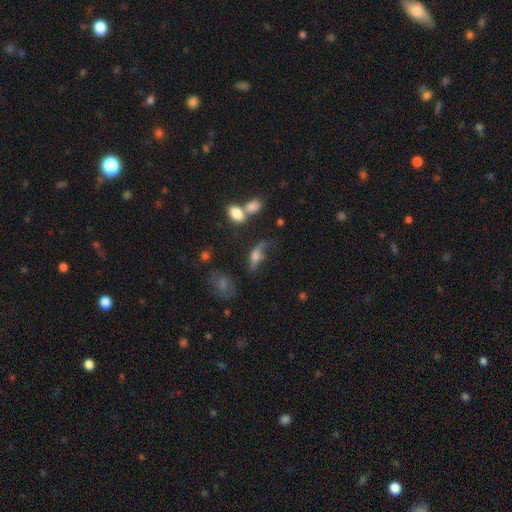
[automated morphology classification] smooth_or_featured: smooth (p=0.44) [alt: featured or disk p=0.42]
merging: none (p=0.36) [alt: major disturbance p=0.28]